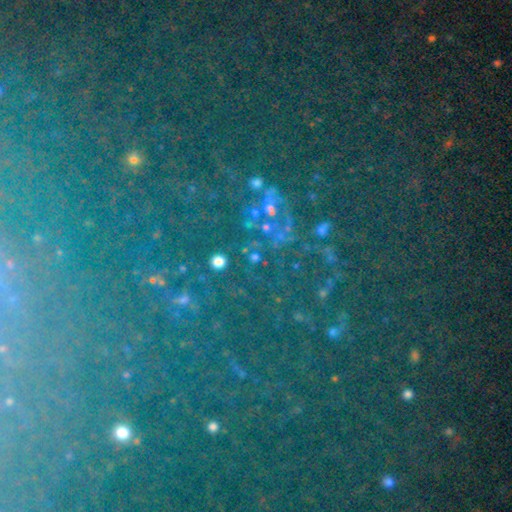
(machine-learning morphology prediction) star or artifact 78%, smooth 14%, featured or disk 8%.